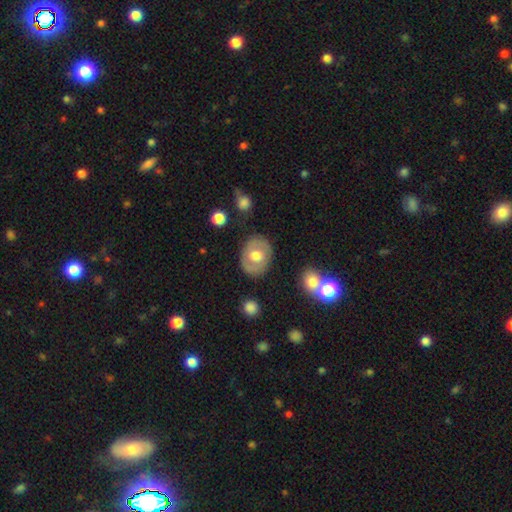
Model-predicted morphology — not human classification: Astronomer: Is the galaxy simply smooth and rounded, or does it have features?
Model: smooth — 53% (runner-up: featured or disk, 40%).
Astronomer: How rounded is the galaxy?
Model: in between — 50% (runner-up: round, 49%).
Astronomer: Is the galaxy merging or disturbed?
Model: none — 80%.